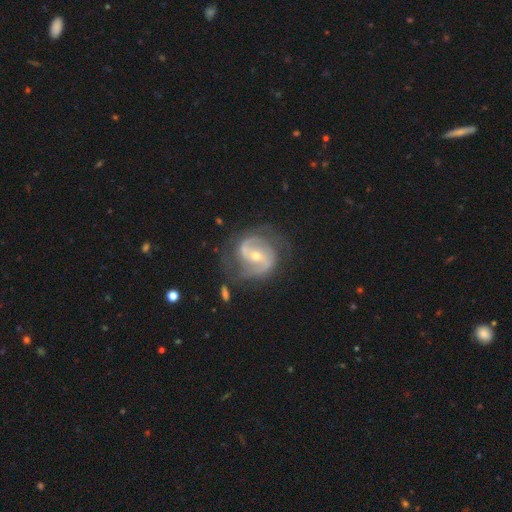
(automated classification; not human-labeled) smooth-or-featured: featured or disk: 89% | smooth: 6% | star or artifact: 5%
  disk-edge-on: no: 98% | yes: 2%
    bar: weak: 44% | no: 32% | strong: 24%
    has-spiral-arms: yes: 97% | no: 3%
      spiral-winding: medium: 51% | tight: 31% | loose: 18%
      spiral-arm-count: 2: 86% | can't tell: 5% | 3: 4% | 1: 2% | 4: 1% | more than 4: 1%
    bulge-size: moderate: 54% | small: 43% | large: 2% | none: 1% | dominant: 1%
  merging: none: 70% | minor disturbance: 18% | major disturbance: 9% | merger: 2%